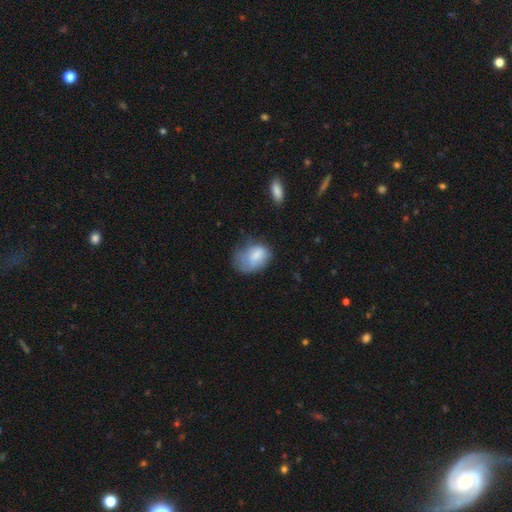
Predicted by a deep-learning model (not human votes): A smooth galaxy with no disk features (70%) that is in between round and cigar-shaped (76%). Merging: minor disturbance (35%).